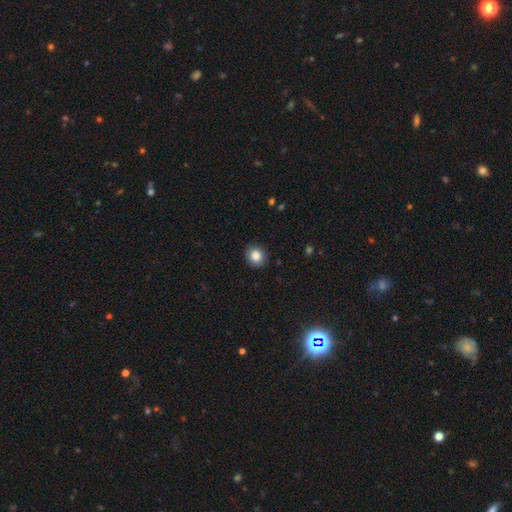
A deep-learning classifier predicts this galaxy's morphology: Q: Smooth or featured?
A: smooth (85%); runner-up: star or artifact (9%)
Q: How rounded?
A: round (75%); runner-up: in between (24%)
Q: Merging?
A: none (89%); runner-up: minor disturbance (8%)